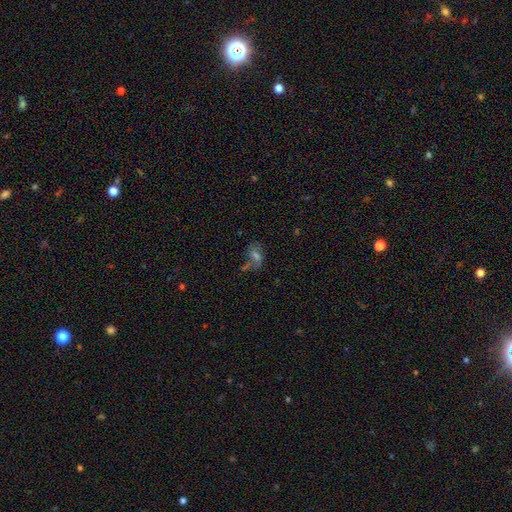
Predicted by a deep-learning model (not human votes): The model was most divided on "smooth or featured": featured or disk: 43%, smooth: 34%, star or artifact: 24%. Remaining: merging — none (42%).